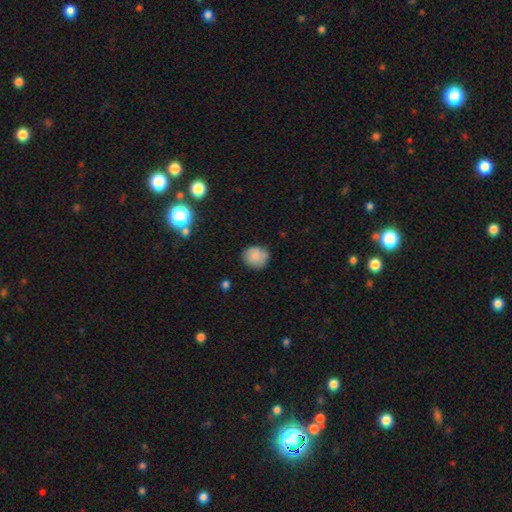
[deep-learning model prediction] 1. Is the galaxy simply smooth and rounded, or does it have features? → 82% smooth, 10% featured or disk, 8% star or artifact.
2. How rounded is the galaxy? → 80% round, 19% in between, 1% cigar-shaped.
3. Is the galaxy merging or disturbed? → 76% none, 19% minor disturbance, 3% major disturbance, 2% merger.